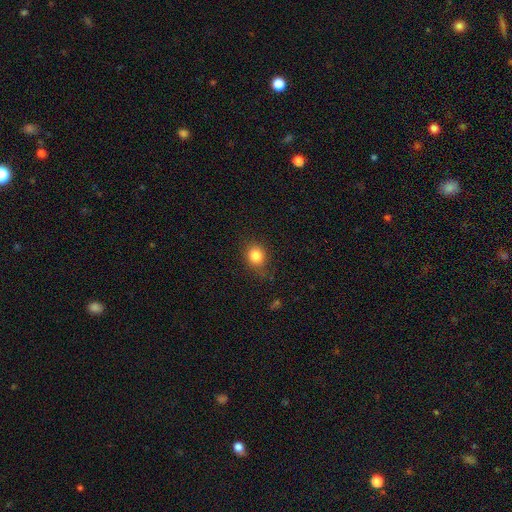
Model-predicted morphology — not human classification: Smooth or featured: smooth — 84% (star or artifact — 11%)
How rounded: round — 71% (in between — 28%)
Merging: none — 77% (minor disturbance — 17%)